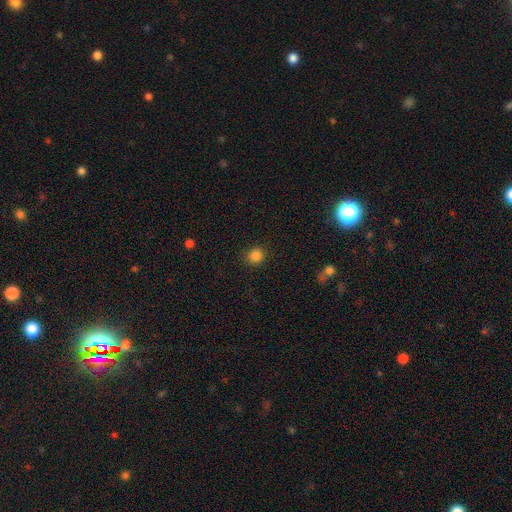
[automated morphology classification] smooth_or_featured: smooth (p=0.85) [alt: star or artifact p=0.12]
how_rounded: round (p=0.89) [alt: in between p=0.10]
merging: none (p=0.88) [alt: minor disturbance p=0.08]